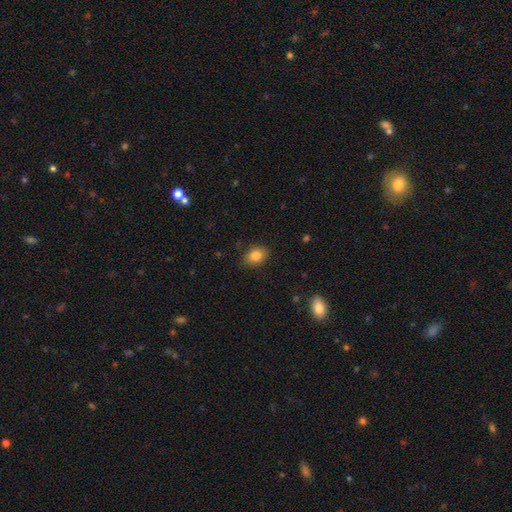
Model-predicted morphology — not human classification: The model was most divided on "how rounded": in between: 67%, round: 31%, cigar-shaped: 1%. More confident: merging — none (86%); smooth or featured — smooth (82%).